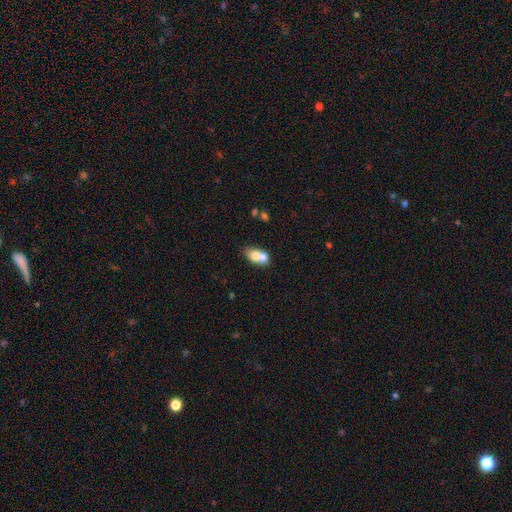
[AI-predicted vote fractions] Smooth or featured?
  - smooth: 68% *
  - featured or disk: 23%
  - star or artifact: 9%
How rounded?
  - in between: 70% *
  - round: 27%
  - cigar-shaped: 2%
Merging?
  - merger: 61% *
  - none: 27%
  - minor disturbance: 8%
  - major disturbance: 4%